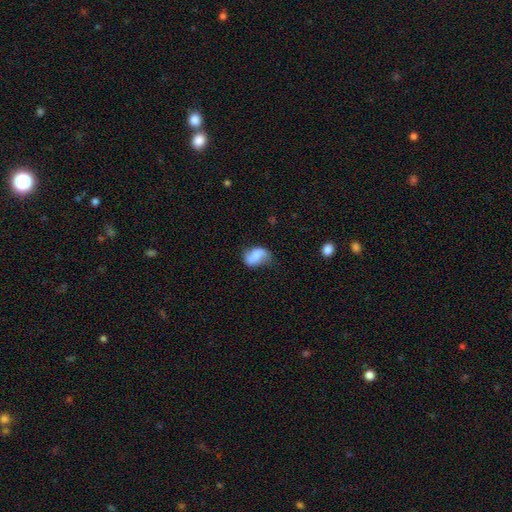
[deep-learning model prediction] Morphology: type=smooth (51%); roundness=in between (81%); merging=none (52%).